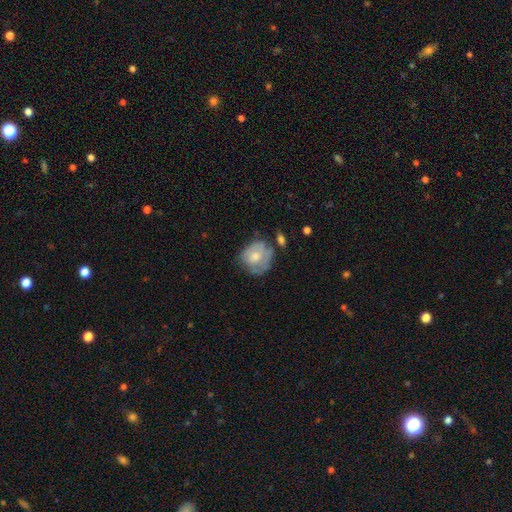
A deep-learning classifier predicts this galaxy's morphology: Smooth or featured?
  - smooth: 58% *
  - featured or disk: 35%
  - star or artifact: 7%
How rounded?
  - round: 71% *
  - in between: 28%
  - cigar-shaped: 1%
Merging?
  - none: 44% *
  - minor disturbance: 32%
  - major disturbance: 16%
  - merger: 8%